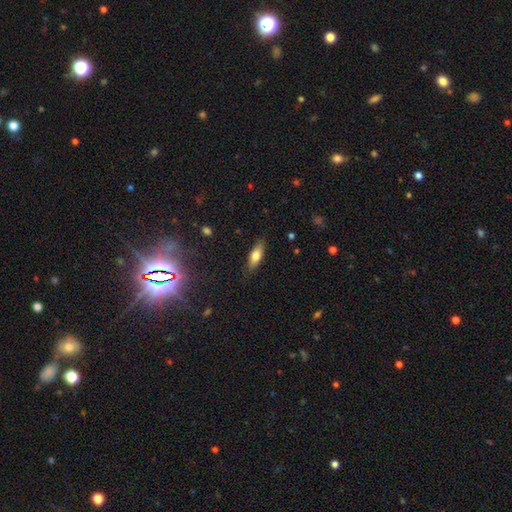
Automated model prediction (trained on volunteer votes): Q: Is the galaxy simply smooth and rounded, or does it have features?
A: smooth — 72%.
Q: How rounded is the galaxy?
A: in between — 66%.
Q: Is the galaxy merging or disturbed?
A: none — 83%.